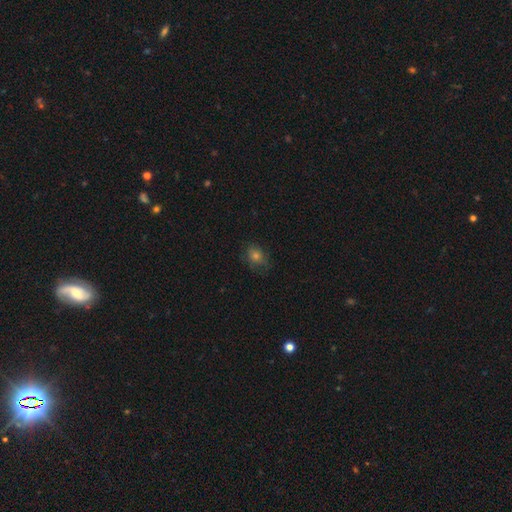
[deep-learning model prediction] smooth-or-featured: smooth: 66% | star or artifact: 20% | featured or disk: 14%
  how-rounded: in between: 51% | round: 48% | cigar-shaped: 1%
  merging: none: 73% | minor disturbance: 19% | major disturbance: 7% | merger: 1%